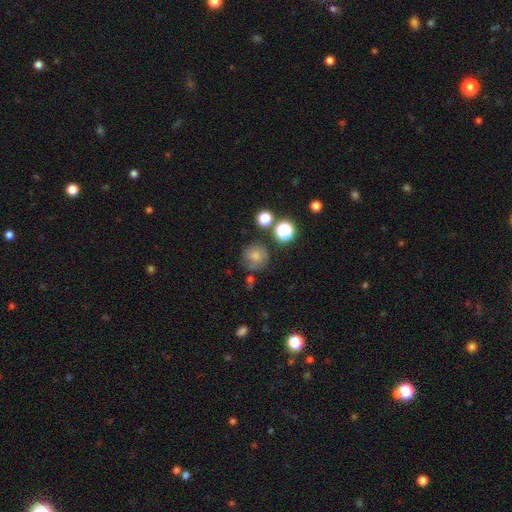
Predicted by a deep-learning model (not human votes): This appears to be a smooth galaxy with no disk features (71%) that is round (90%). Merging: none (68%).